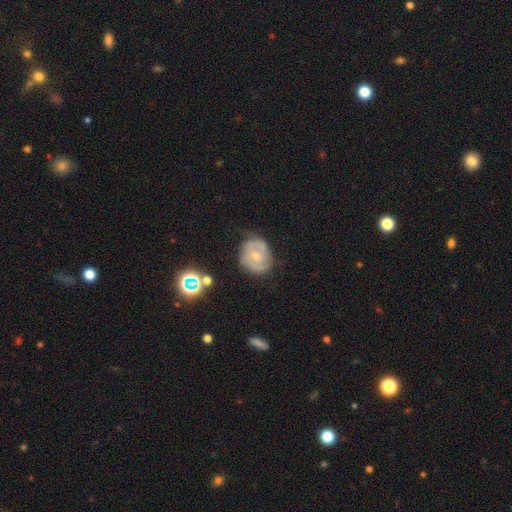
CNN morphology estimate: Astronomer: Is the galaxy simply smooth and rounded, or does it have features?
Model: featured or disk — 62%.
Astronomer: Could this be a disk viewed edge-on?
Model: no — 97%.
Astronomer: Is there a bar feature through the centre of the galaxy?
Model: no — 58%.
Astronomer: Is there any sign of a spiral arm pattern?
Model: yes — 66%.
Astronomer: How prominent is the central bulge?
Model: moderate — 56% (runner-up: small, 40%).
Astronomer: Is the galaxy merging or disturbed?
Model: none — 64%.